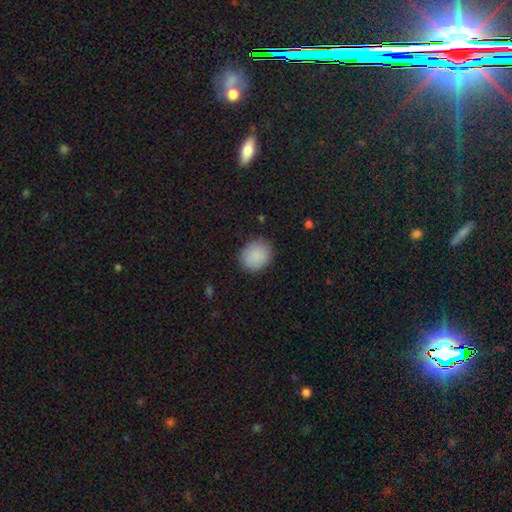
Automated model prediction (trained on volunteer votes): A smooth galaxy with no disk features (88%) that is round (65%).

Vote fractions:
- Smooth or featured? smooth: 88% / star or artifact: 7% / featured or disk: 5%
- How rounded? round: 65% / in between: 34% / cigar-shaped: 1%
- Merging? none: 84% / minor disturbance: 12% / major disturbance: 3% / merger: 1%